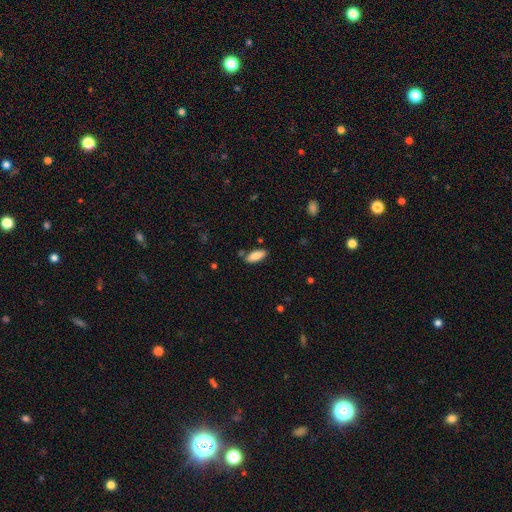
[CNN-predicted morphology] smooth 85%, featured or disk 9%, star or artifact 6%. Down the decision tree: how rounded — in between (77%); merging — none (79%).